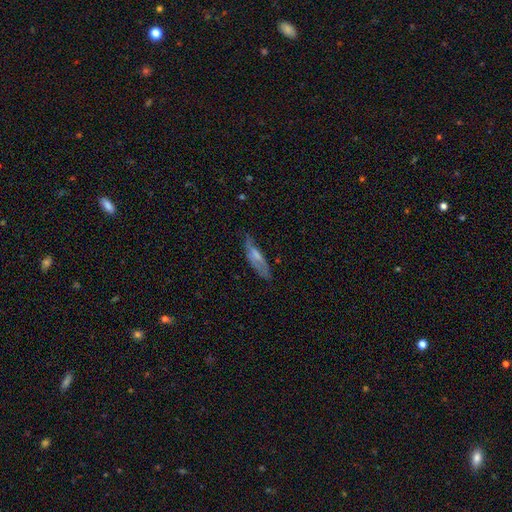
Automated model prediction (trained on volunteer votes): Overall: smooth (53%; featured or disk 40%). How rounded: cigar-shaped (56%; in between 42%). Merging: none (55%; minor disturbance 30%).